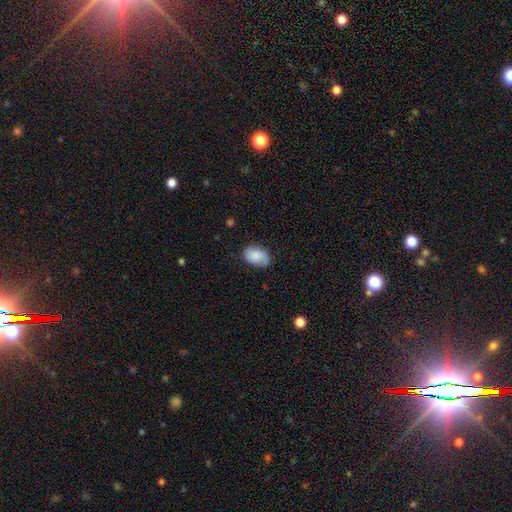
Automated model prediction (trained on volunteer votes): Smooth or featured: smooth — 78% (featured or disk — 15%)
How rounded: in between — 86% (round — 13%)
Merging: none — 65% (minor disturbance — 27%)